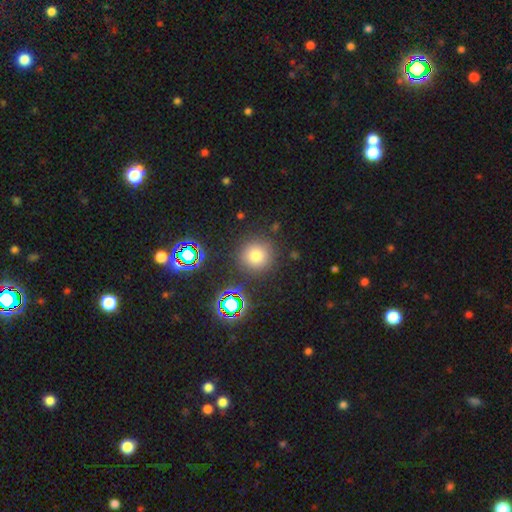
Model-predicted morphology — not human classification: Smooth or featured?
  - smooth: 71% *
  - star or artifact: 22%
  - featured or disk: 8%
How rounded?
  - round: 94% *
  - in between: 5%
  - cigar-shaped: 1%
Merging?
  - none: 87% *
  - minor disturbance: 7%
  - major disturbance: 3%
  - merger: 3%